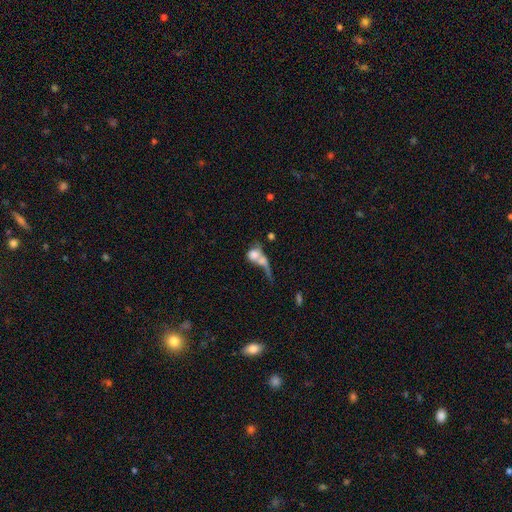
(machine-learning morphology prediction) smooth-or-featured: smooth: 59% | featured or disk: 30% | star or artifact: 11%
  how-rounded: round: 48% | in between: 45% | cigar-shaped: 8%
  merging: merger: 55% | major disturbance: 22% | none: 15% | minor disturbance: 8%